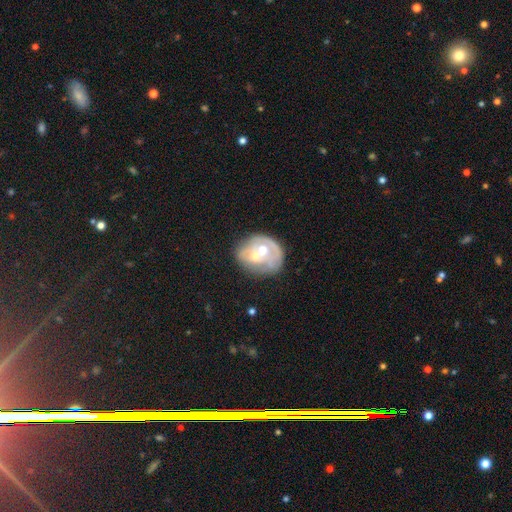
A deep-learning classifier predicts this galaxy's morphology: A featured or disk galaxy (57%) with no bar (86%), no spiral arms (82%) and a moderate central bulge (71%).

Vote fractions:
- Smooth or featured? featured or disk: 57% / smooth: 36% / star or artifact: 7%
- Edge-on disk? no: 97% / yes: 3%
- Bar? no: 86% / weak: 11% / strong: 3%
- Spiral arms? no: 82% / yes: 18%
- Bulge size? moderate: 71% / small: 17% / large: 7% / none: 4% / dominant: 2%
- Merging? merger: 53% / none: 23% / minor disturbance: 13% / major disturbance: 11%